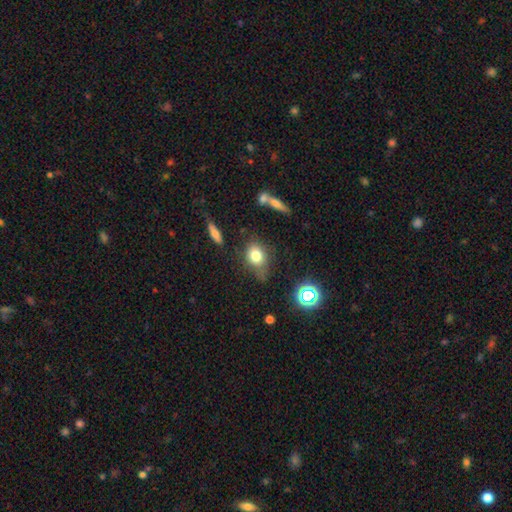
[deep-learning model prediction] Overall: smooth (76%). How rounded: in between (53%; round 45%). Merging: none (58%; minor disturbance 26%).